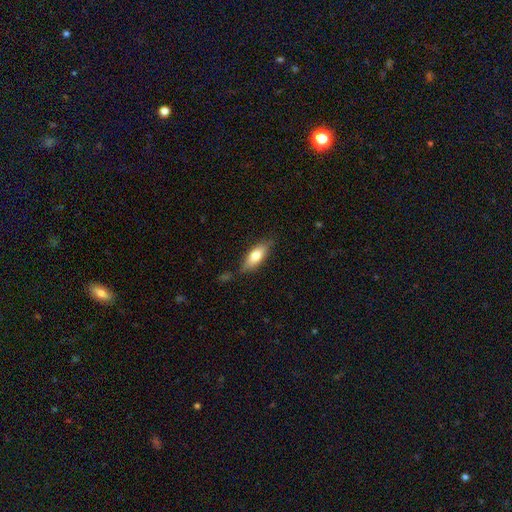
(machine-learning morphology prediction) A smooth galaxy with no disk features (74%) that is in between round and cigar-shaped (74%). Merging: none (74%).